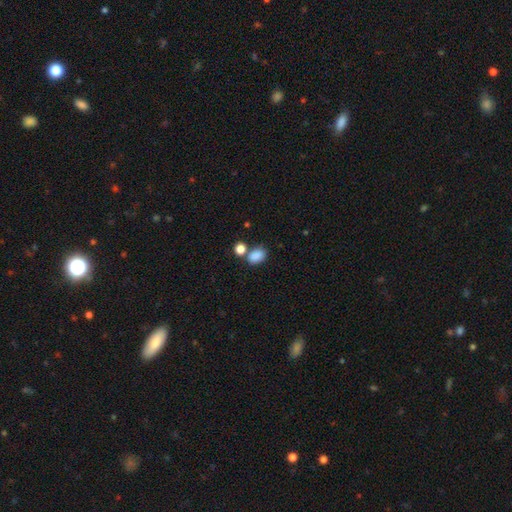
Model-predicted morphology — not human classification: Smooth or featured? smooth (86%)
How rounded? in between (76%)
Merging? none (58%)